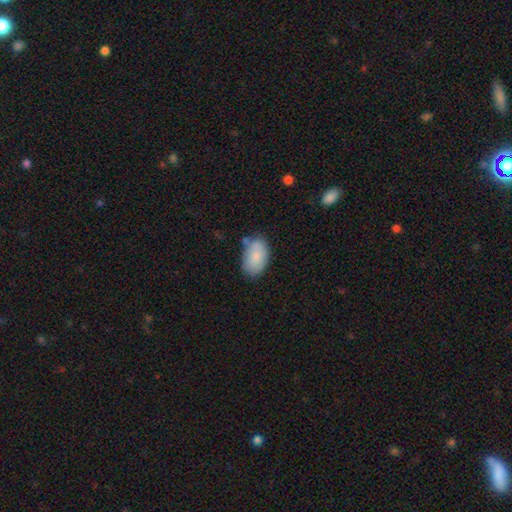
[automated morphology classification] smooth 81%, featured or disk 12%, star or artifact 6%. Down the decision tree: how rounded — in between (93%); merging — none (67%).